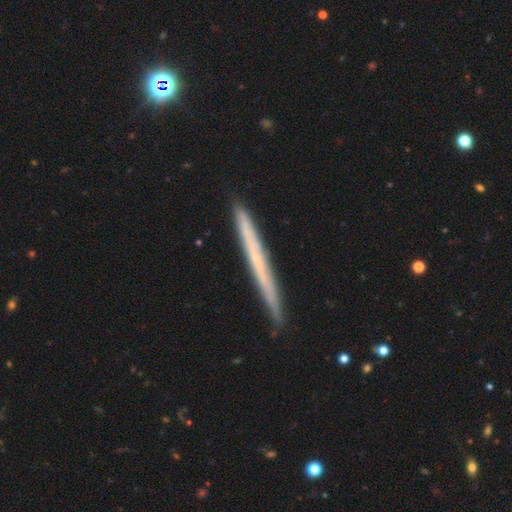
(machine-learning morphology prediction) Smooth or featured?
  - featured or disk: 52% *
  - smooth: 41%
  - star or artifact: 7%
Edge-on disk?
  - yes: 96% *
  - no: 4%
Merging?
  - none: 88% *
  - minor disturbance: 9%
  - major disturbance: 1%
  - merger: 1%